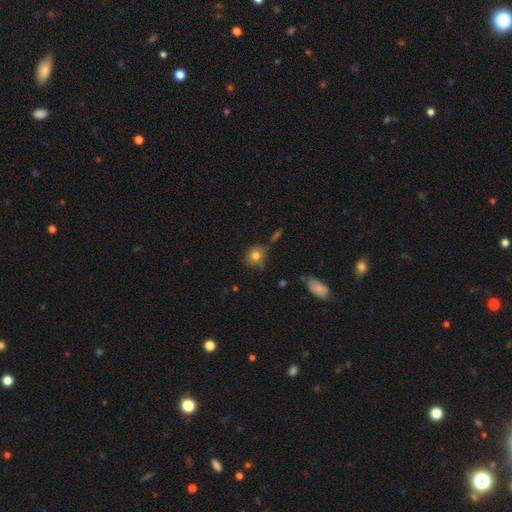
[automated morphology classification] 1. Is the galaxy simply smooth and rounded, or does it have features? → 80% smooth, 10% star or artifact, 10% featured or disk.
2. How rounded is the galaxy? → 79% round, 20% in between, 1% cigar-shaped.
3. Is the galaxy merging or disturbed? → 71% none, 19% minor disturbance, 5% merger, 4% major disturbance.